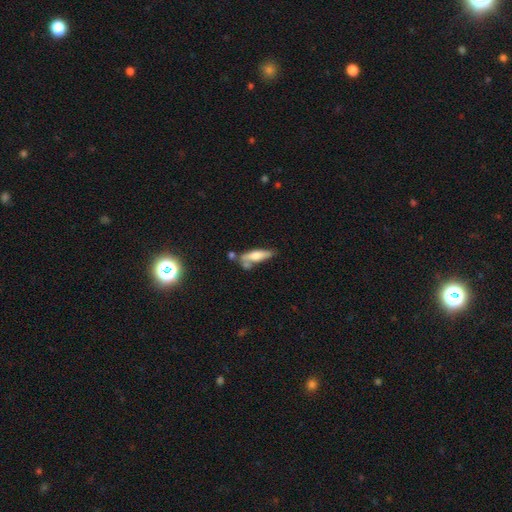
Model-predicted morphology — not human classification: smooth_or_featured: smooth (p=0.62) [alt: featured or disk p=0.31]
how_rounded: cigar-shaped (p=0.57) [alt: in between p=0.41]
merging: none (p=0.44) [alt: minor disturbance p=0.23]